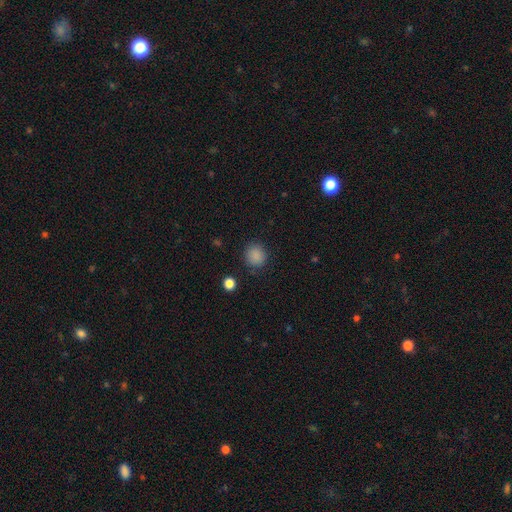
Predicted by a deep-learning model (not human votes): smooth-or-featured: smooth: 86% | star or artifact: 11% | featured or disk: 3%
  how-rounded: round: 86% | in between: 13% | cigar-shaped: 1%
  merging: none: 87% | minor disturbance: 9% | major disturbance: 3% | merger: 1%